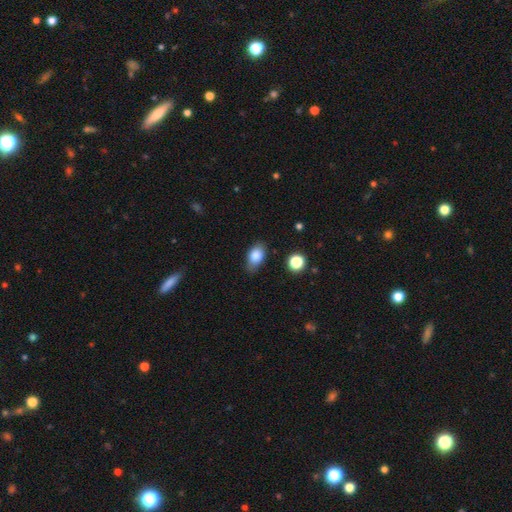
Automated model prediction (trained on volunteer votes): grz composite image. It shows a smooth galaxy with no disk features (83%) that is in between round and cigar-shaped (87%). Merging: none (78%).